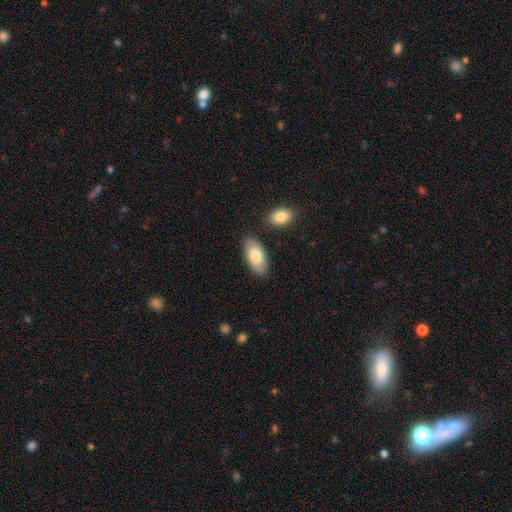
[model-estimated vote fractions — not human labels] Smooth or featured?
  - smooth: 83% *
  - featured or disk: 12%
  - star or artifact: 5%
How rounded?
  - in between: 92% *
  - cigar-shaped: 6%
  - round: 2%
Merging?
  - none: 80% *
  - minor disturbance: 12%
  - merger: 4%
  - major disturbance: 3%